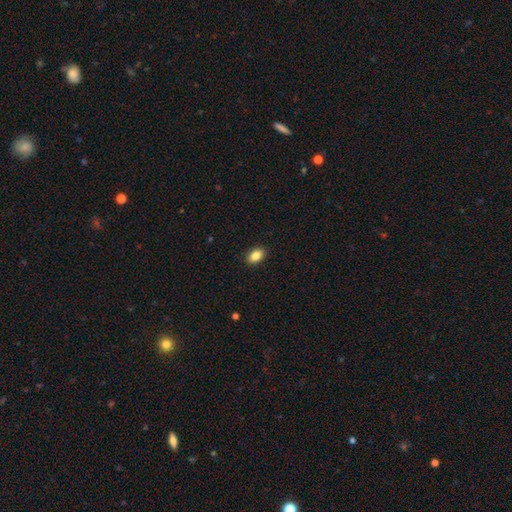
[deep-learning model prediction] The model was most divided on "how rounded": in between: 85%, round: 14%, cigar-shaped: 1%. More confident: merging — none (91%); smooth or featured — smooth (86%).